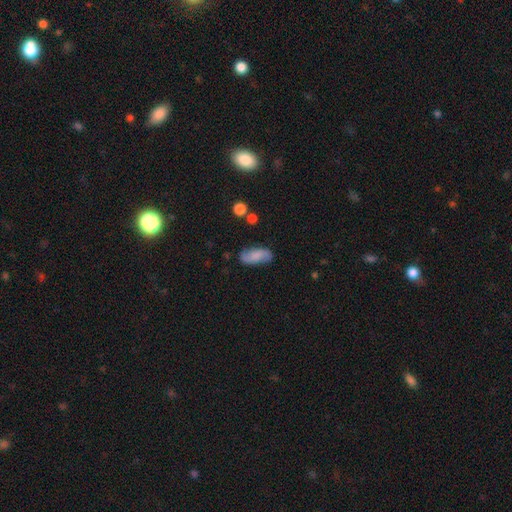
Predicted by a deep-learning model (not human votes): Morphology: type=smooth (60%); roundness=in between (84%); merging=none (75%).